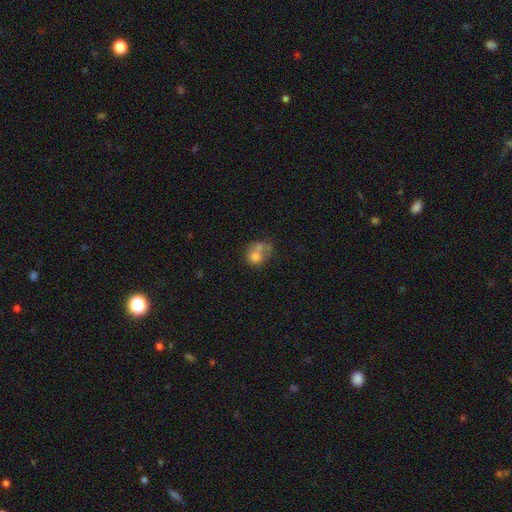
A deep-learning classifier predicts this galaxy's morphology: This is likely a smooth galaxy (67%). How rounded: likely round (68%). Merging: possibly merger (56%).